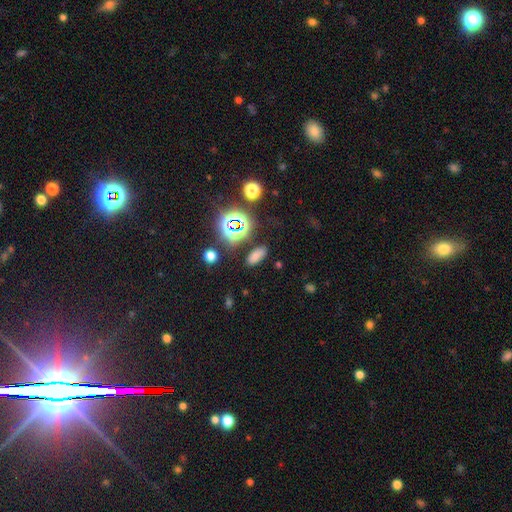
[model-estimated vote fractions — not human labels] smooth-or-featured: smooth: 66% | star or artifact: 26% | featured or disk: 8%
  how-rounded: in between: 82% | cigar-shaped: 10% | round: 8%
  merging: none: 82% | minor disturbance: 11% | major disturbance: 4% | merger: 4%